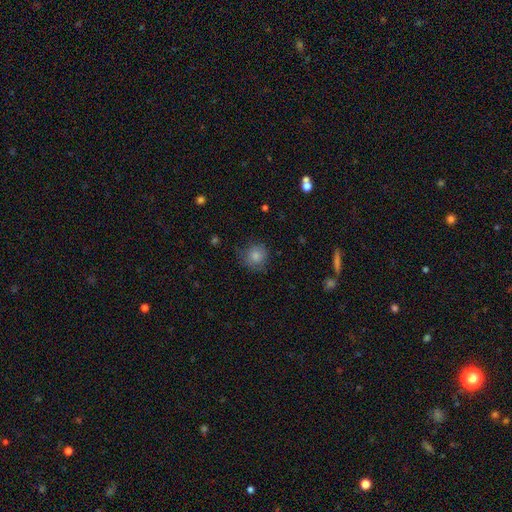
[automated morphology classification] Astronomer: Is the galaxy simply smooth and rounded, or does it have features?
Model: smooth — 83%.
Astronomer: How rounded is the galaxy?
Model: round — 90%.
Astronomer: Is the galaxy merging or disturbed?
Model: none — 73%.